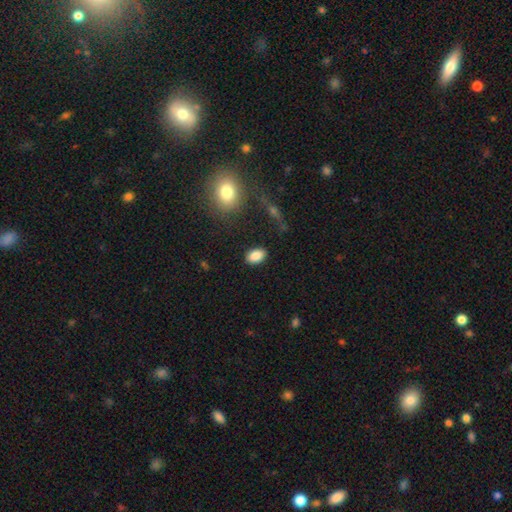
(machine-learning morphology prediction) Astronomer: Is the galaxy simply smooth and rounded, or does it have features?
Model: smooth — 86%.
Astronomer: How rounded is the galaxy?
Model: in between — 86%.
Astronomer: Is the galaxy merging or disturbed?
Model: none — 87%.